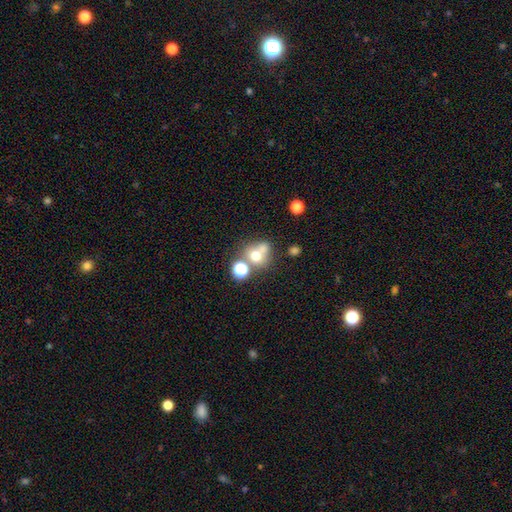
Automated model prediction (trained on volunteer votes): This appears to be a smooth galaxy with no disk features (65%) that is round (71%). Merging: none (43%).